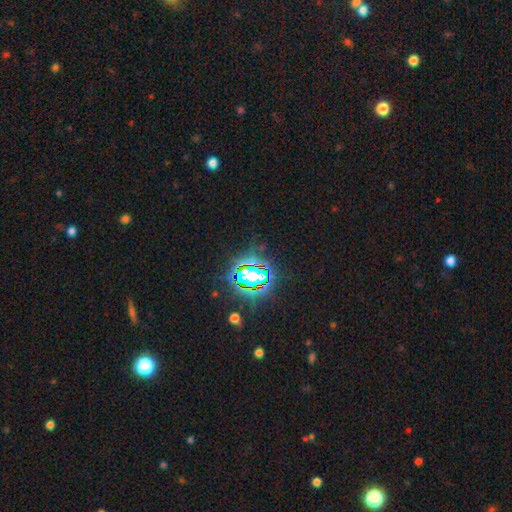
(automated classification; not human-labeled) This appears to be a star or artifact, not a galaxy (82%).